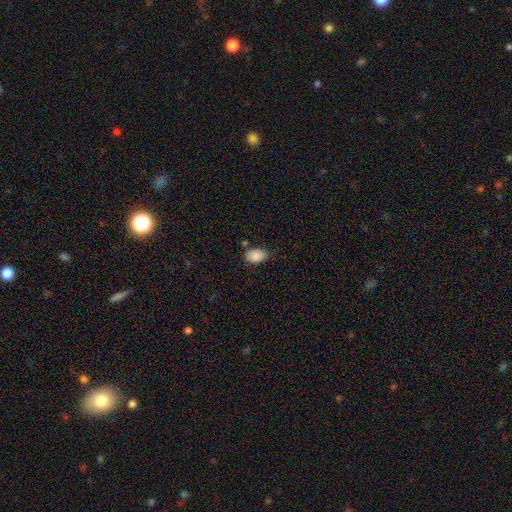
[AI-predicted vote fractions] A smooth galaxy with no disk features (88%) that is in between round and cigar-shaped (85%).

Vote fractions:
- Smooth or featured? smooth: 88% / star or artifact: 8% / featured or disk: 4%
- How rounded? in between: 85% / round: 14% / cigar-shaped: 1%
- Merging? none: 70% / minor disturbance: 21% / merger: 5% / major disturbance: 4%